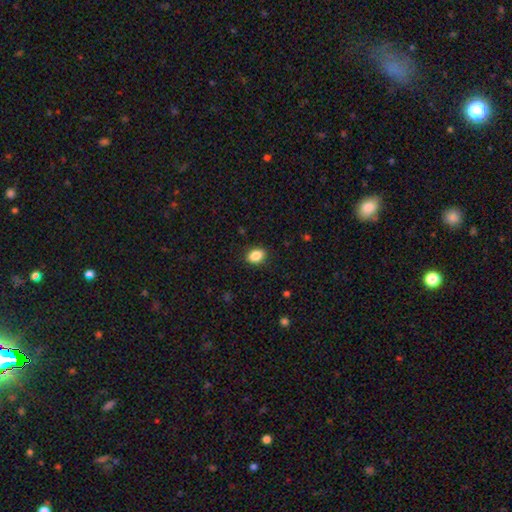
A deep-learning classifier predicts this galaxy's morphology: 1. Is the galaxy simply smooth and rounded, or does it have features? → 88% smooth, 8% star or artifact, 4% featured or disk.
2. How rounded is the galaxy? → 75% in between, 24% round, 1% cigar-shaped.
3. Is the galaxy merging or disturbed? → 88% none, 8% minor disturbance, 2% major disturbance, 1% merger.